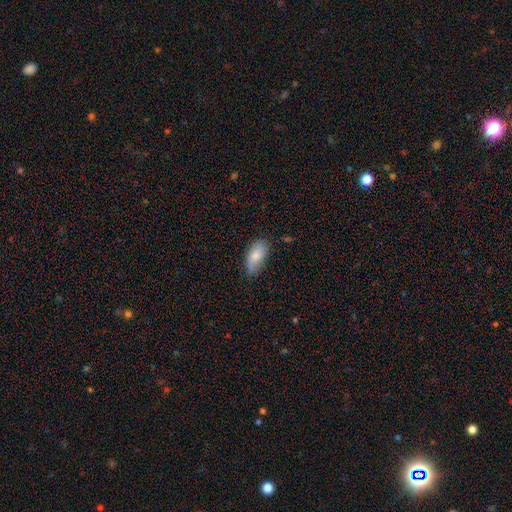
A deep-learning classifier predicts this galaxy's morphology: A smooth galaxy with no disk features (75%) that is in between round and cigar-shaped (92%).

Vote fractions:
- Smooth or featured? smooth: 75% / featured or disk: 18% / star or artifact: 7%
- How rounded? in between: 92% / cigar-shaped: 5% / round: 3%
- Merging? none: 67% / minor disturbance: 26% / major disturbance: 5% / merger: 2%